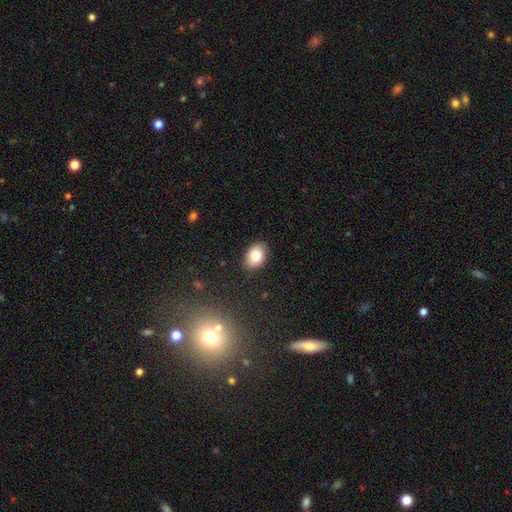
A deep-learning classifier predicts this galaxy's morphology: Smooth or featured: smooth — 81% (featured or disk — 11%)
How rounded: in between — 81% (round — 18%)
Merging: none — 87% (minor disturbance — 9%)